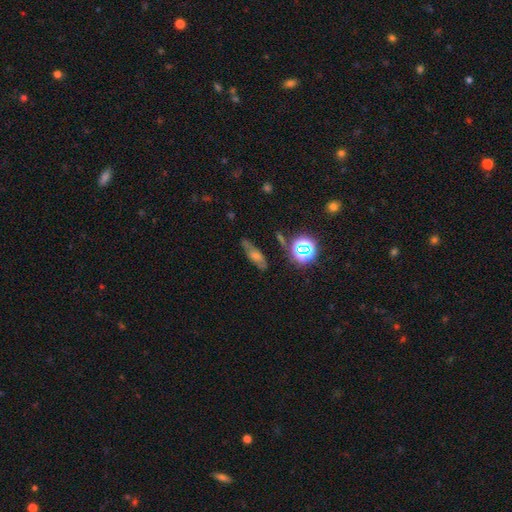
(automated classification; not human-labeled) Smooth or featured?
  - smooth: 40% *
  - featured or disk: 34%
  - star or artifact: 26%
Merging?
  - none: 73% *
  - minor disturbance: 18%
  - major disturbance: 6%
  - merger: 4%